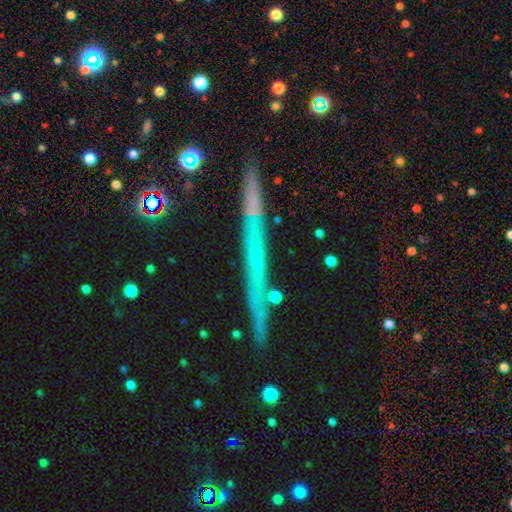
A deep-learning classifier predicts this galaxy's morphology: A featured or disk galaxy (51%) viewed edge-on (94%). Merging: none (85%).